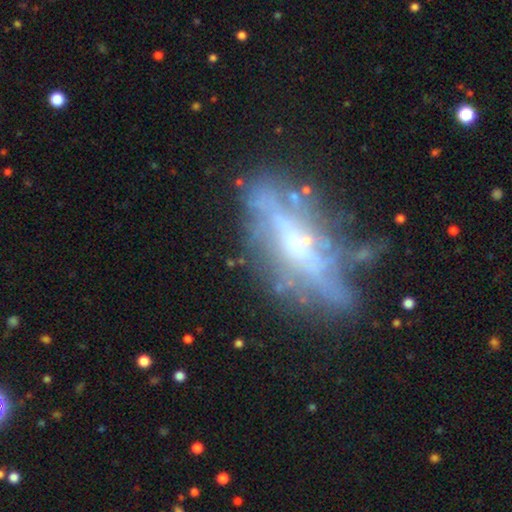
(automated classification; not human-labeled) A featured or disk galaxy (71%) viewed edge-on (64%).

Vote fractions:
- Smooth or featured? featured or disk: 71% / smooth: 19% / star or artifact: 10%
- Edge-on disk? yes: 64% / no: 36%
- Merging? none: 63% / minor disturbance: 21% / major disturbance: 12% / merger: 4%